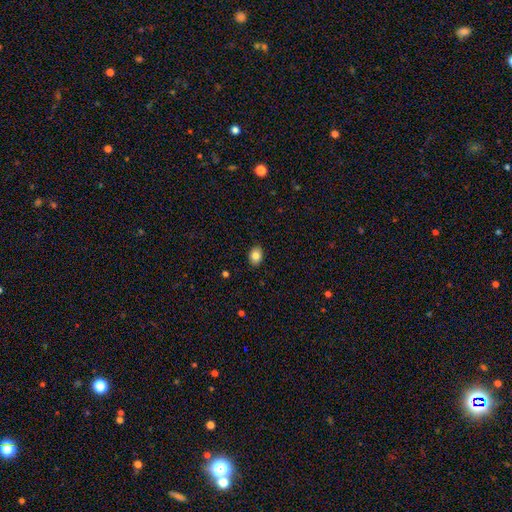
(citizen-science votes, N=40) This is clearly a smooth galaxy (82%). How rounded: clearly in between (82%). Merging: clearly none (92%).